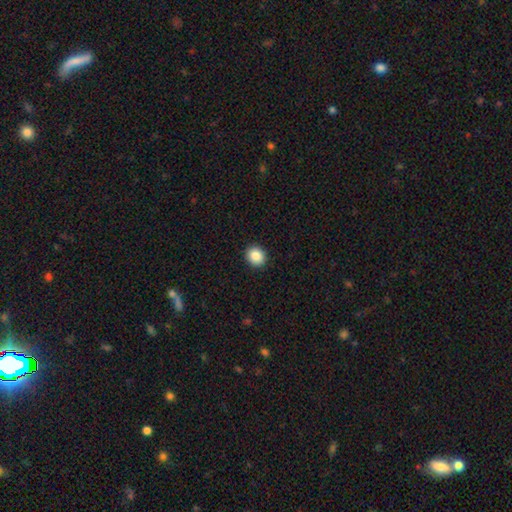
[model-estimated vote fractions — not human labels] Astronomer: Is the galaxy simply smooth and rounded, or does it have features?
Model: smooth — 87%.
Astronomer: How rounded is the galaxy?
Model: round — 80%.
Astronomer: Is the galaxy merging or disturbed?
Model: none — 92%.